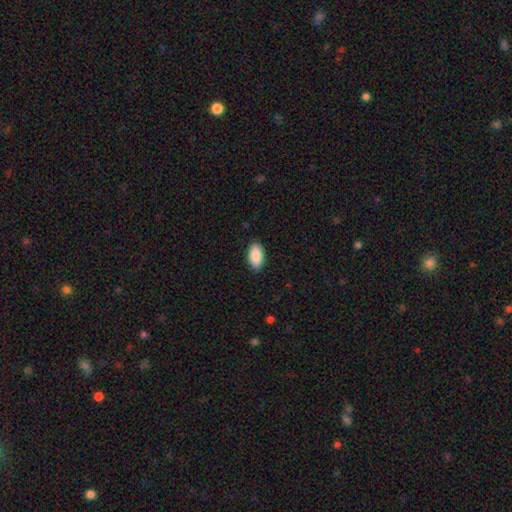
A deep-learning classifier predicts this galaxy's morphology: This is clearly a smooth galaxy (90%). How rounded: clearly in between (94%). Merging: clearly none (88%).